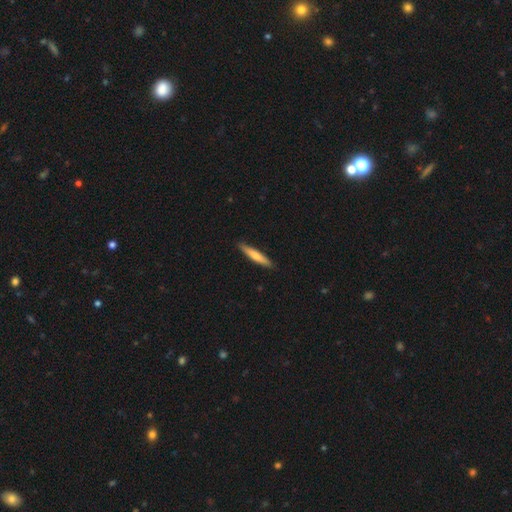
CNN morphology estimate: A smooth galaxy with no disk features (66%) that is cigar-shaped (91%). Merging: none (89%).